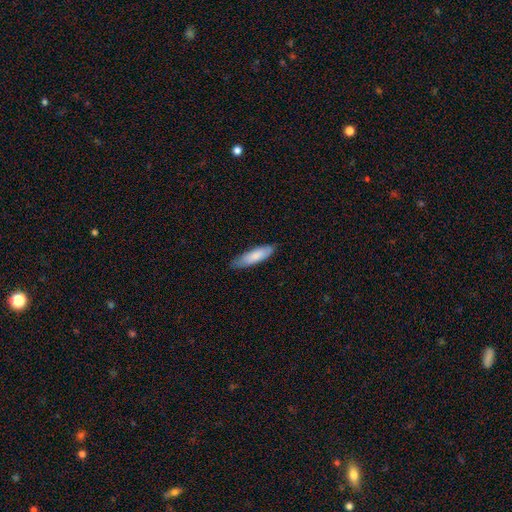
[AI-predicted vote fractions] smooth 81%, featured or disk 14%, star or artifact 5%. Down the decision tree: how rounded — cigar-shaped (58%); merging — none (79%).